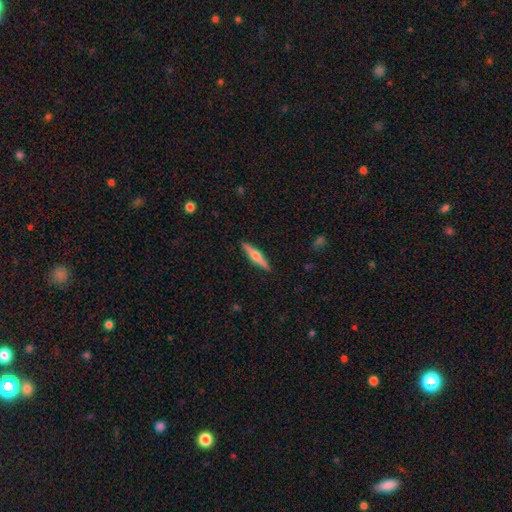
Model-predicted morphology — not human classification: Smooth or featured: featured or disk — 50% (smooth — 44%)
Edge-on disk: yes — 96% (no — 4%)
Merging: none — 90% (minor disturbance — 7%)